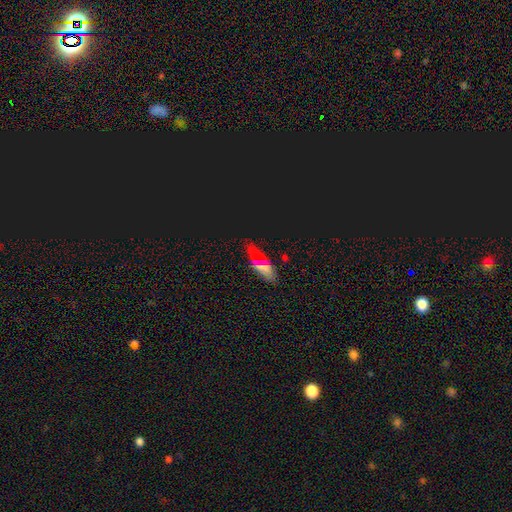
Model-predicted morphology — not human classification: smooth_or_featured: smooth (p=0.46) [alt: star or artifact p=0.40]
merging: none (p=0.75) [alt: minor disturbance p=0.16]